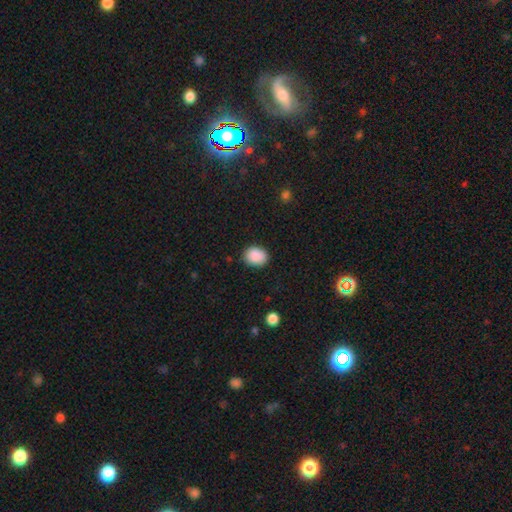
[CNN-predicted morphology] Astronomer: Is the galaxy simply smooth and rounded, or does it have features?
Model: smooth — 89%.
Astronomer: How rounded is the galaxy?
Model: in between — 53% (runner-up: round, 46%).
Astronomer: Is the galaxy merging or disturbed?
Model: none — 84%.